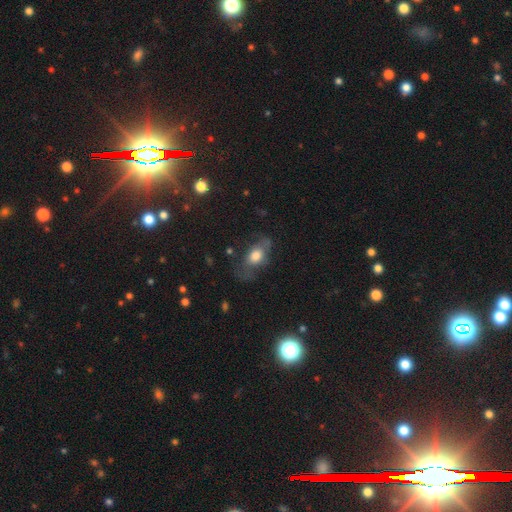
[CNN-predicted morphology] Smooth or featured: smooth — 57% (featured or disk — 34%)
How rounded: in between — 79% (round — 16%)
Merging: none — 47% (minor disturbance — 25%)